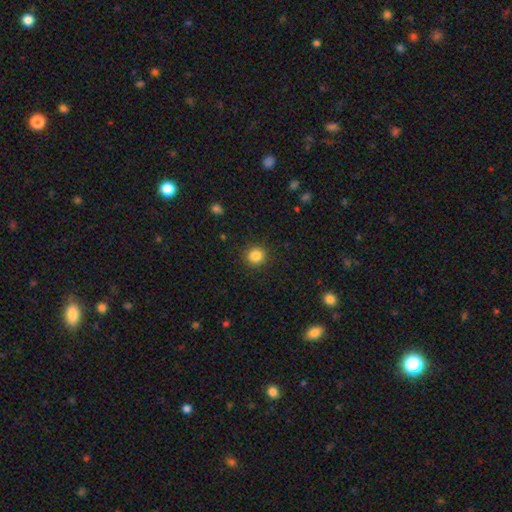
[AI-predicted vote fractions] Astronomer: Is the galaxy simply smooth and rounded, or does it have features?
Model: smooth — 85%.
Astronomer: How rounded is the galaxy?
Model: round — 91%.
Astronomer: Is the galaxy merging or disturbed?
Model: none — 91%.